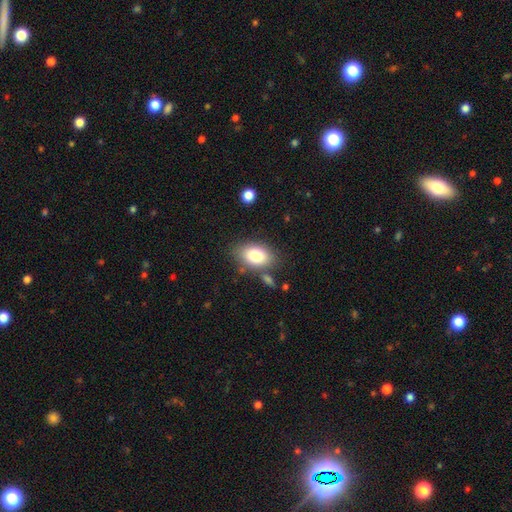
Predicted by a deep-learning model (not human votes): smooth-or-featured: smooth: 81% | featured or disk: 11% | star or artifact: 8%
  how-rounded: in between: 87% | round: 11% | cigar-shaped: 2%
  merging: none: 76% | minor disturbance: 13% | merger: 7% | major disturbance: 4%